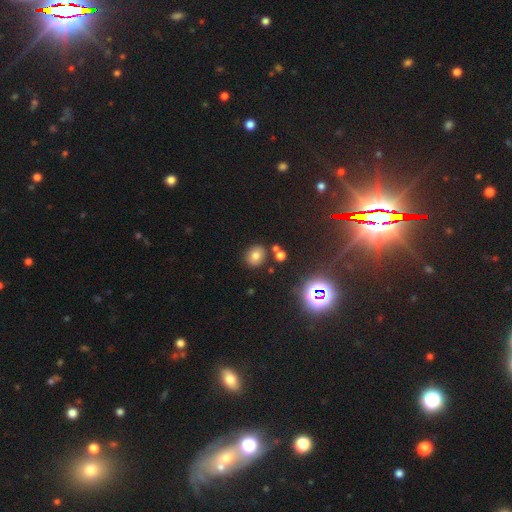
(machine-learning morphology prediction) The model was most divided on "how rounded": round: 64%, in between: 35%, cigar-shaped: 1%. More confident: merging — none (80%); smooth or featured — smooth (71%).